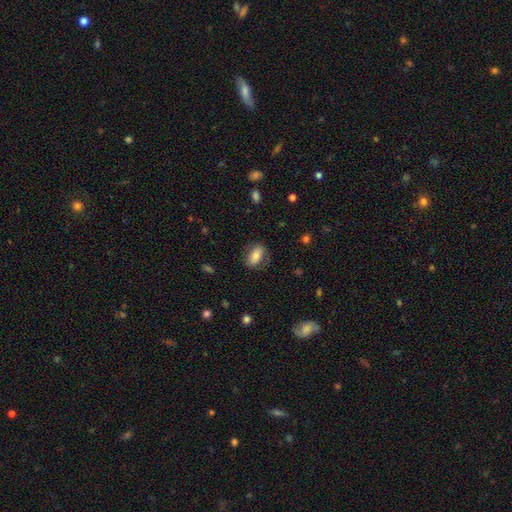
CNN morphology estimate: The model was most divided on "merging": none: 74%, minor disturbance: 17%, major disturbance: 8%, merger: 1%. More confident: how rounded — in between (88%); smooth or featured — smooth (75%).